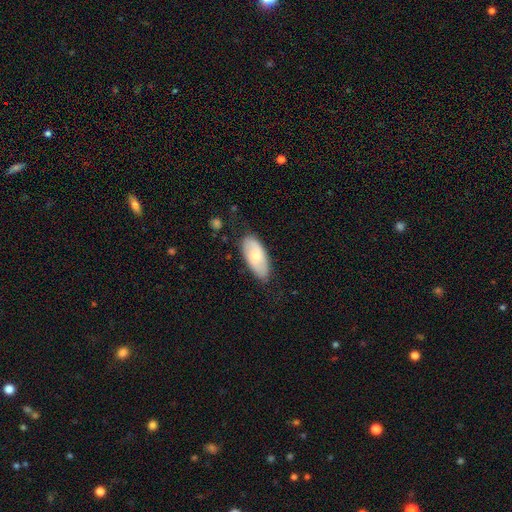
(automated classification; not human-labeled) smooth 66%, featured or disk 29%, star or artifact 6%. Down the decision tree: how rounded — in between (90%); merging — none (79%).